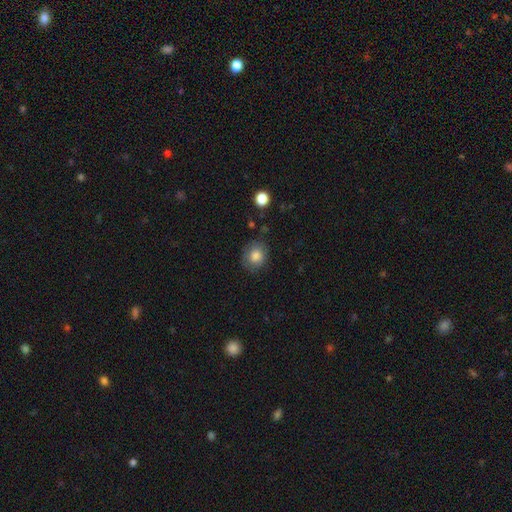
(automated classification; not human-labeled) Overall: smooth (82%). How rounded: round (71%). Merging: none (79%).